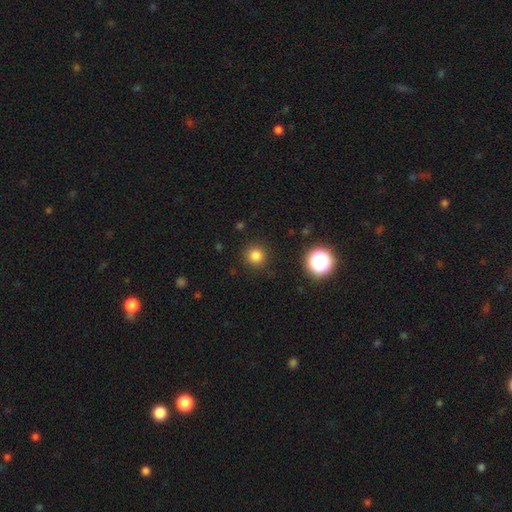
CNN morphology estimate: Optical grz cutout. It shows a smooth galaxy with no disk features (81%) that is round (94%). Merging: none (90%).